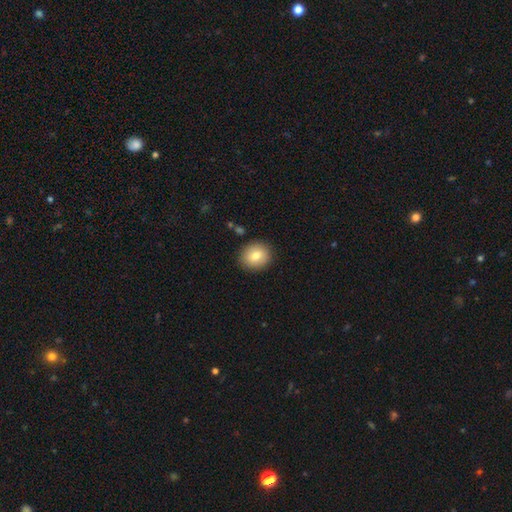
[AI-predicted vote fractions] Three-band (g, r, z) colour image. It shows a smooth galaxy with no disk features (77%) that is round (74%). Merging: none (88%).